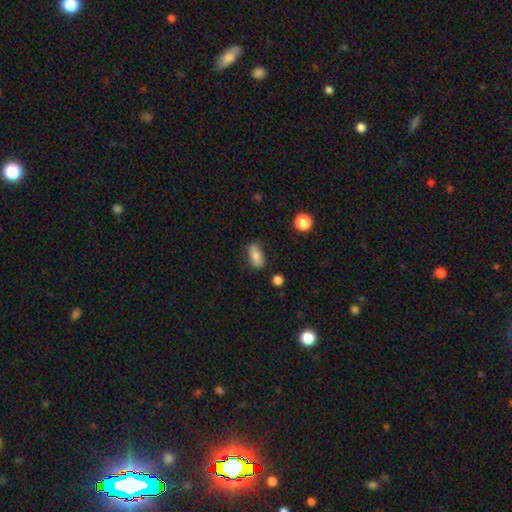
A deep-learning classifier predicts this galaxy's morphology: A smooth galaxy with no disk features (77%) that is in between round and cigar-shaped (87%).

Vote fractions:
- Smooth or featured? smooth: 77% / featured or disk: 15% / star or artifact: 8%
- How rounded? in between: 87% / cigar-shaped: 7% / round: 7%
- Merging? none: 74% / minor disturbance: 19% / major disturbance: 4% / merger: 3%